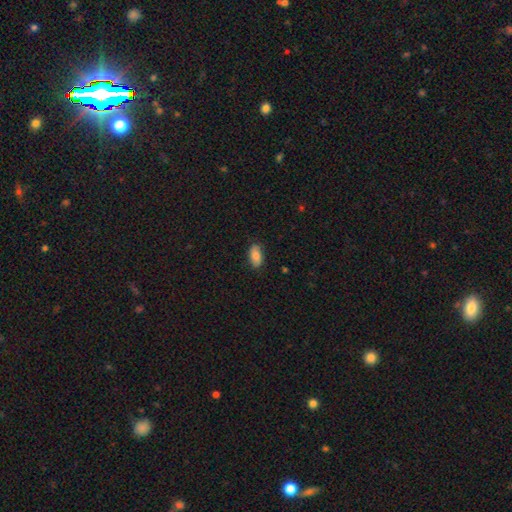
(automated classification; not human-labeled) Overall: smooth (80%). How rounded: in between (92%). Merging: none (85%).